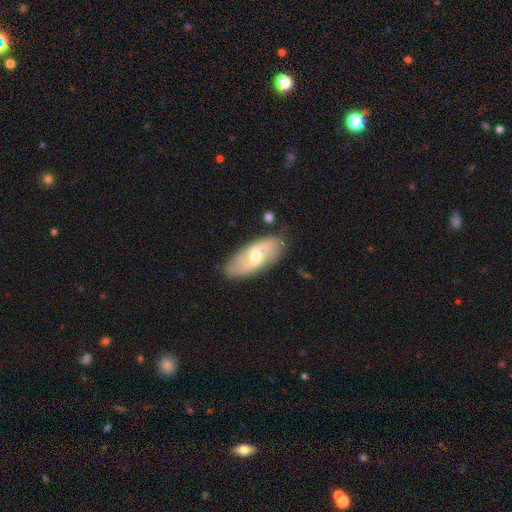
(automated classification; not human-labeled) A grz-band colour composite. It shows a featured or disk galaxy (57%) with a weak bar (52%), spiral arms (70%) and a moderate central bulge (61%). Merging: none (82%).